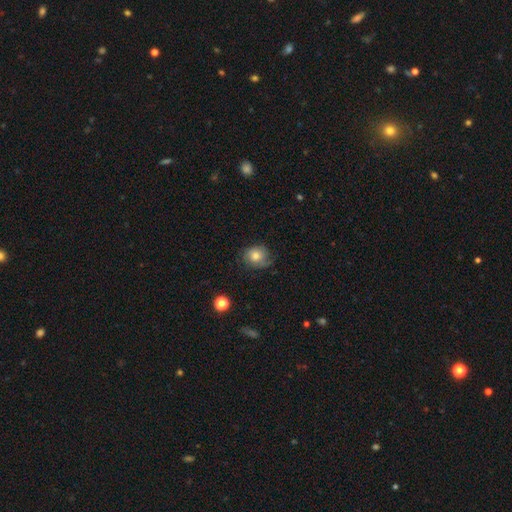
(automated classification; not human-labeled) Smooth or featured: smooth — 66% (featured or disk — 24%)
How rounded: round — 70% (in between — 29%)
Merging: none — 64% (minor disturbance — 25%)